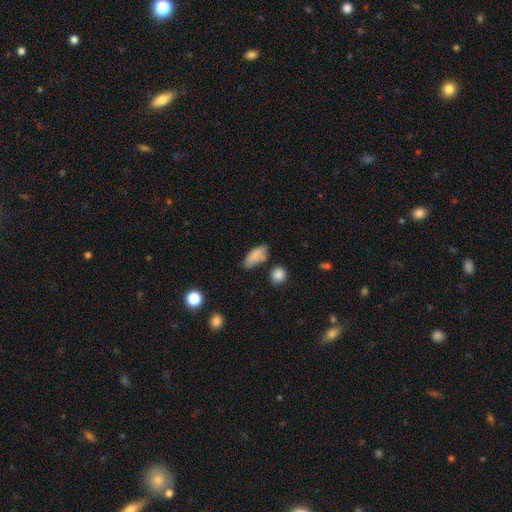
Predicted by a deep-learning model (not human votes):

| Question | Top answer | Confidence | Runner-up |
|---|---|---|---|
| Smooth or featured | smooth | 85% | star or artifact (8%) |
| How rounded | in between | 85% | cigar-shaped (11%) |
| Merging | none | 64% | minor disturbance (22%) |